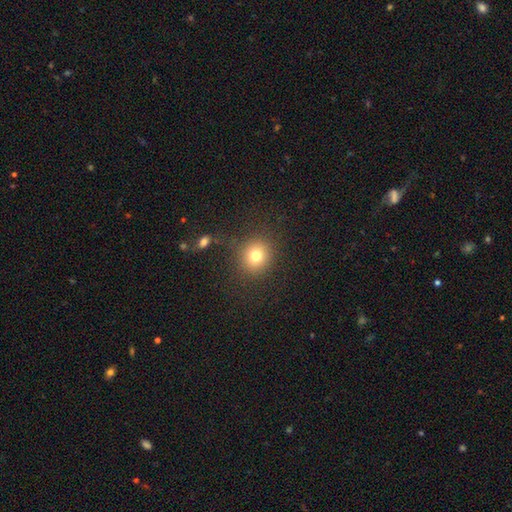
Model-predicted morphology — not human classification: type=smooth (77%); roundness=round (86%); merging=none (84%).